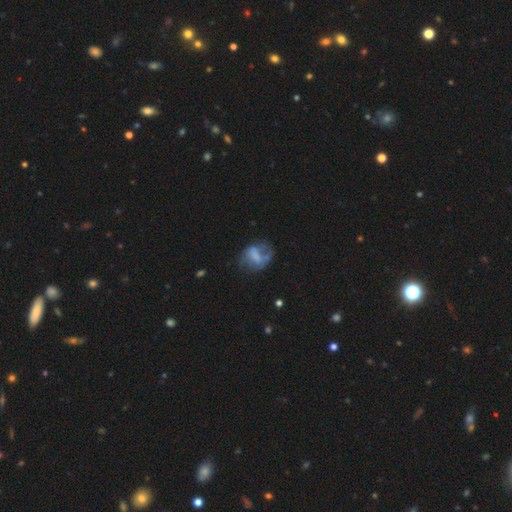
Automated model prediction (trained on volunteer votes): A featured or disk galaxy (46%). Merging: none (39%).